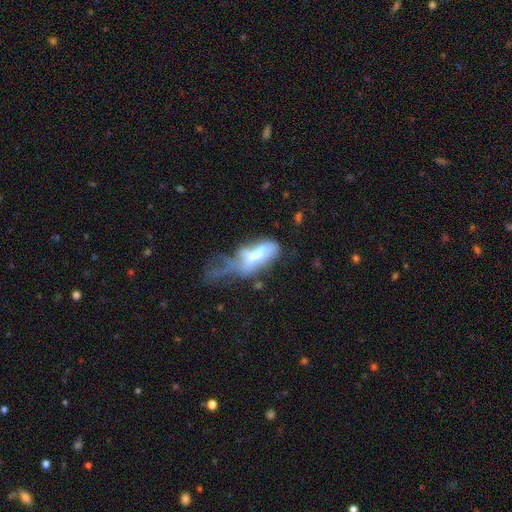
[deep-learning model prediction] smooth 50%, featured or disk 41%, star or artifact 9%. Down the decision tree: how rounded — in between (83%); merging — major disturbance (53%).